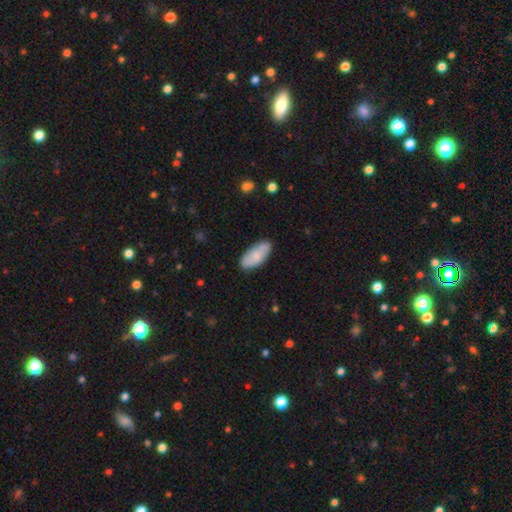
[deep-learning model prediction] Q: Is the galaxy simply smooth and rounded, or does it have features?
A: smooth — 73%.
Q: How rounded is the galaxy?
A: in between — 90%.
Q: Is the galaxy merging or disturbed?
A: none — 77%.